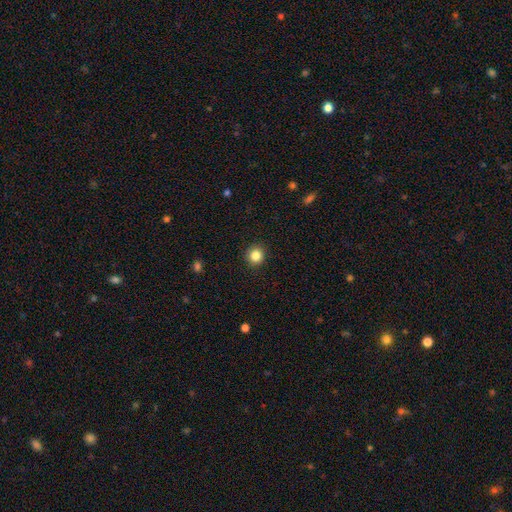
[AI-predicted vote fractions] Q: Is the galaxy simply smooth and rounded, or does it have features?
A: smooth — 85%.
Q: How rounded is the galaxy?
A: round — 91%.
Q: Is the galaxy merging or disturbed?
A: none — 92%.